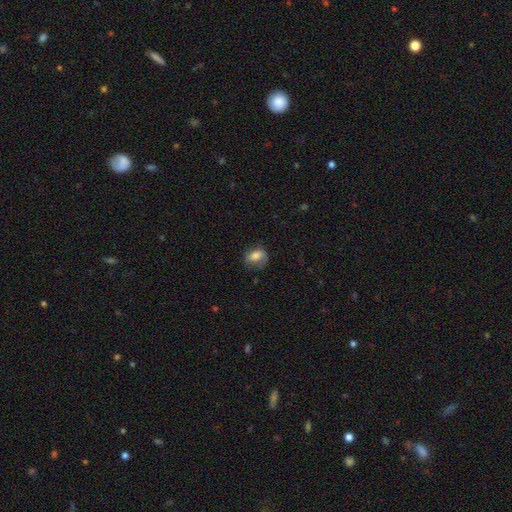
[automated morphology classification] Smooth or featured? smooth (60%)
How rounded? in between (68%)
Merging? none (61%)